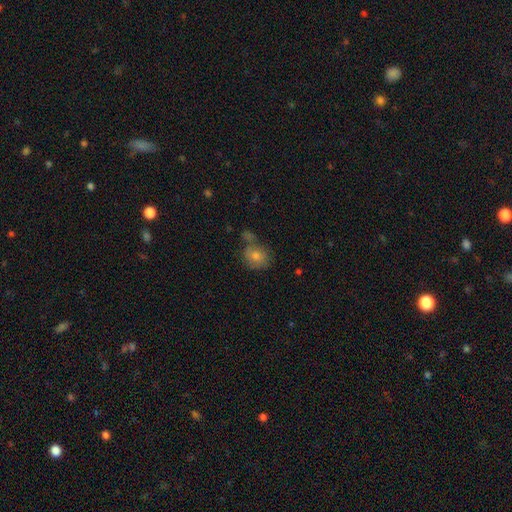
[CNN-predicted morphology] Smooth or featured? smooth (69%)
How rounded? round (72%)
Merging? none (62%)